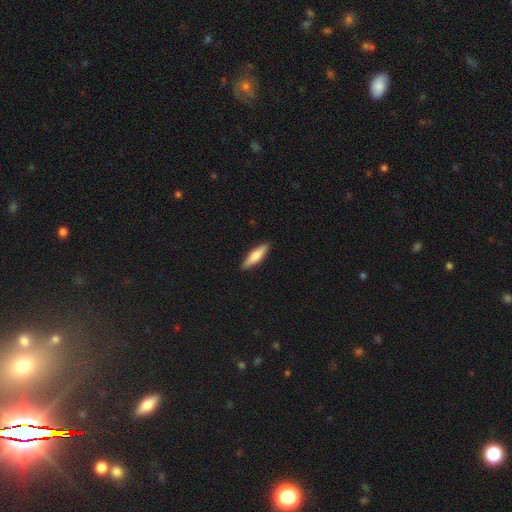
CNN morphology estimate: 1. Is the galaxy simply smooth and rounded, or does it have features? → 62% smooth, 32% featured or disk, 5% star or artifact.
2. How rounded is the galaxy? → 72% cigar-shaped, 26% in between, 2% round.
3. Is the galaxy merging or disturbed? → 91% none, 7% minor disturbance, 2% major disturbance, 1% merger.